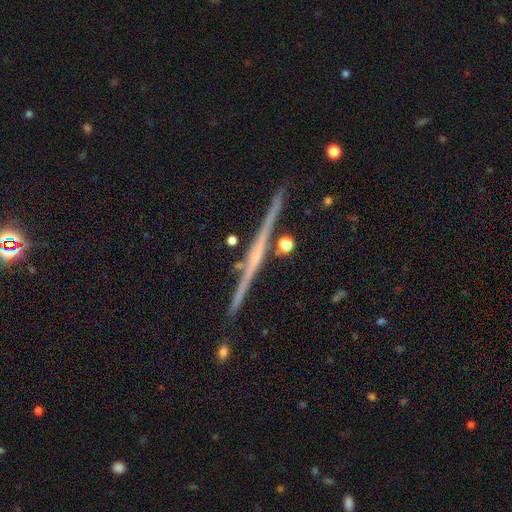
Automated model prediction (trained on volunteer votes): A featured or disk galaxy (80%) viewed edge-on (98%) with no central bulge (59%). Merging: none (89%).